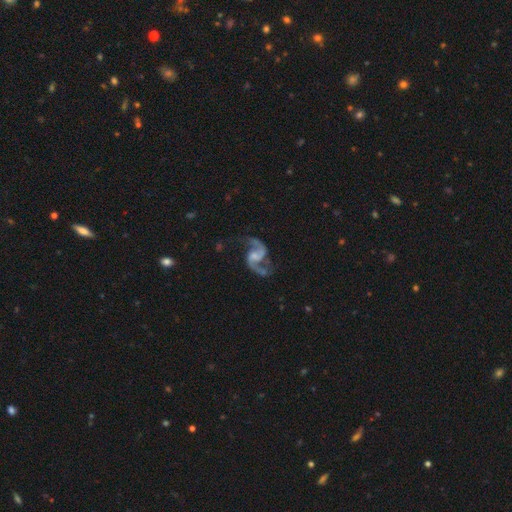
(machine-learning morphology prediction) The model was most divided on "bar": no: 46%, weak: 43%, strong: 11%. Remaining: edge-on disk — no (98%); spiral arms — yes (98%); spiral arm count — 2 (94%); smooth or featured — featured or disk (92%); merging — none (70%); spiral winding — loose (56%); bulge size — none (36%).